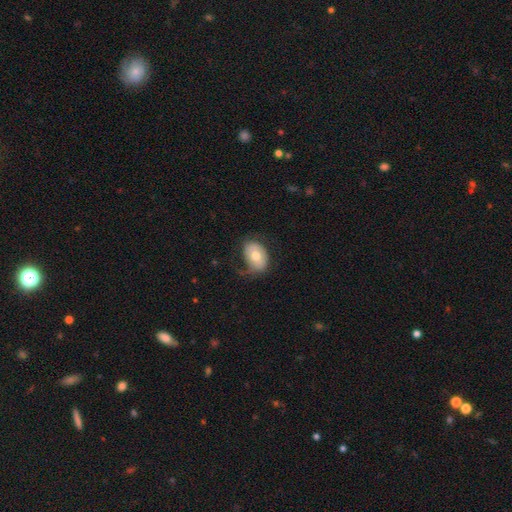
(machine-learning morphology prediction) smooth_or_featured: smooth (p=0.61) [alt: featured or disk p=0.32]
how_rounded: in between (p=0.79) [alt: round p=0.20]
merging: none (p=0.52) [alt: minor disturbance p=0.30]